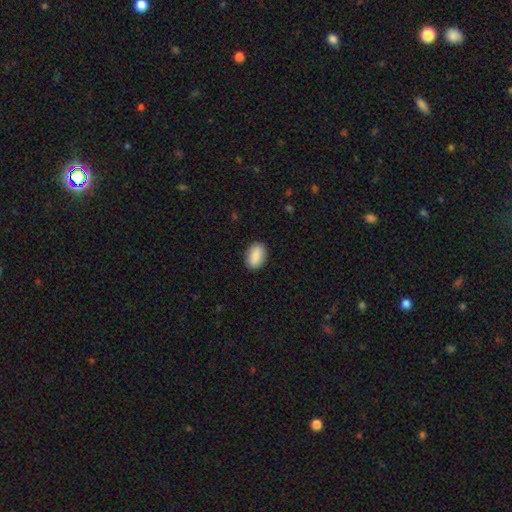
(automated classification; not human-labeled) smooth-or-featured: smooth: 89% | star or artifact: 6% | featured or disk: 4%
  how-rounded: in between: 87% | round: 12% | cigar-shaped: 1%
  merging: none: 88% | minor disturbance: 9% | major disturbance: 2% | merger: 1%